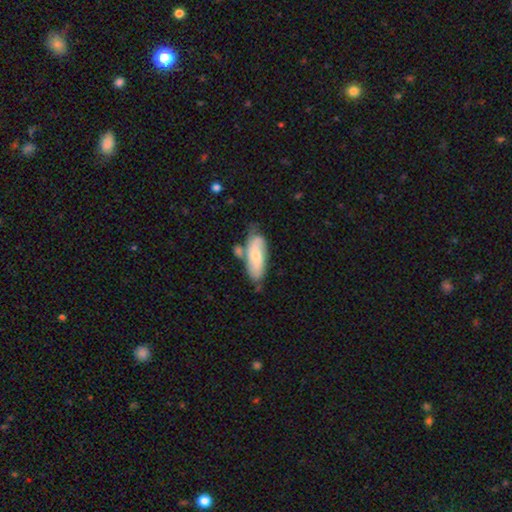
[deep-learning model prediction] smooth 58%, featured or disk 36%, star or artifact 6%. Down the decision tree: how rounded — in between (70%); merging — none (51%).